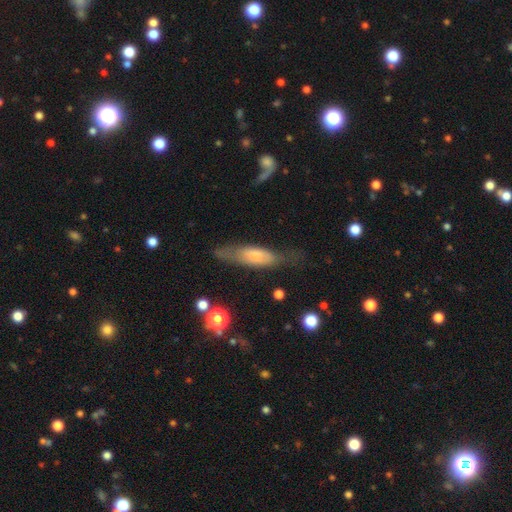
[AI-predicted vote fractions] Q: Smooth or featured?
A: smooth (56%); runner-up: featured or disk (37%)
Q: How rounded?
A: cigar-shaped (55%); runner-up: in between (43%)
Q: Merging?
A: none (56%); runner-up: minor disturbance (26%)